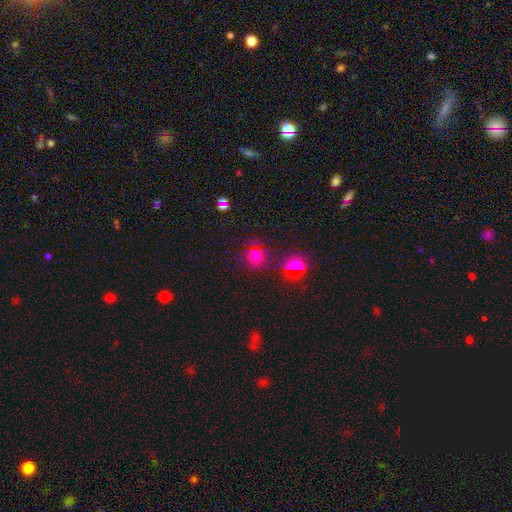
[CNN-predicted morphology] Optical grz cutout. It shows a smooth galaxy with no disk features (58%) that is round (78%). Merging: none (72%).